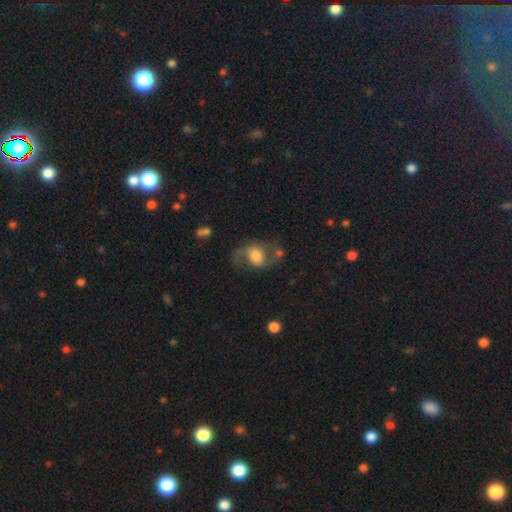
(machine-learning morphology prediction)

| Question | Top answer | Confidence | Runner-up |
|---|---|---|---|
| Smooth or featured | featured or disk | 71% | smooth (20%) |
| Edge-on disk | no | 97% | yes (3%) |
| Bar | no | 53% | weak (37%) |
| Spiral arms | yes | 91% | no (9%) |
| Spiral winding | loose | 65% | medium (30%) |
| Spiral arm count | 2 | 88% | 1 (6%) |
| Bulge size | moderate | 43% | large (33%) |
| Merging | none | 53% | major disturbance (19%) |